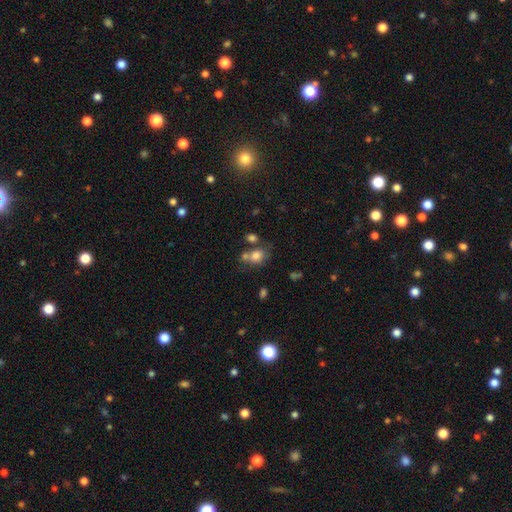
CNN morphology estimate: A smooth galaxy with no disk features (75%) that is round (53%).

Vote fractions:
- Smooth or featured? smooth: 75% / featured or disk: 13% / star or artifact: 12%
- How rounded? round: 53% / in between: 46% / cigar-shaped: 1%
- Merging? none: 44% / merger: 34% / minor disturbance: 15% / major disturbance: 8%